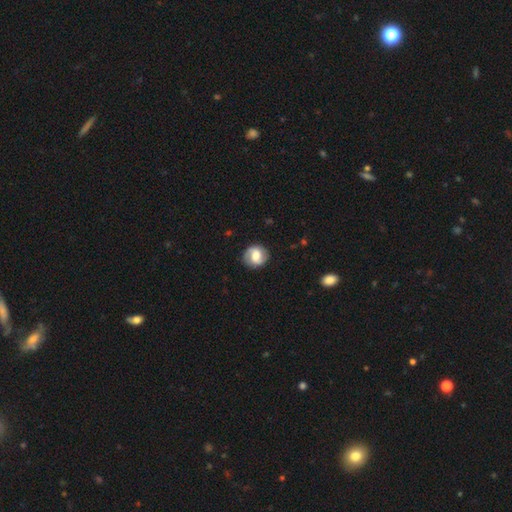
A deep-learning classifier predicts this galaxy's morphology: A featured or disk galaxy (59%) with a weak bar (48%), spiral arms (86%) and a moderate central bulge (47%).

Vote fractions:
- Smooth or featured? featured or disk: 59% / smooth: 34% / star or artifact: 7%
- Edge-on disk? no: 98% / yes: 2%
- Bar? weak: 48% / no: 30% / strong: 22%
- Spiral arms? yes: 86% / no: 14%
- Bulge size? moderate: 47% / large: 31% / small: 14% / none: 4% / dominant: 4%
- Merging? none: 84% / minor disturbance: 11% / major disturbance: 4% / merger: 1%